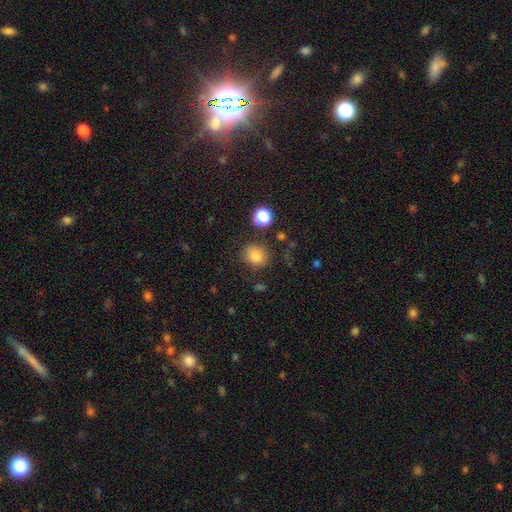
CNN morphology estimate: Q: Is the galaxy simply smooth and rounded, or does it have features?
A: smooth — 82%.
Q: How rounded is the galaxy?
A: round — 72%.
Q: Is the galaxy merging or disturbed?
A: none — 80%.